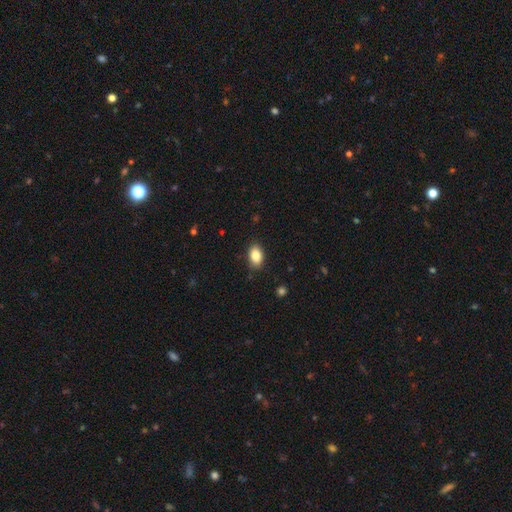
Smooth or featured: smooth — 90% (featured or disk — 5%)
How rounded: in between — 89% (round — 11%)
Merging: none — 86% (minor disturbance — 11%)